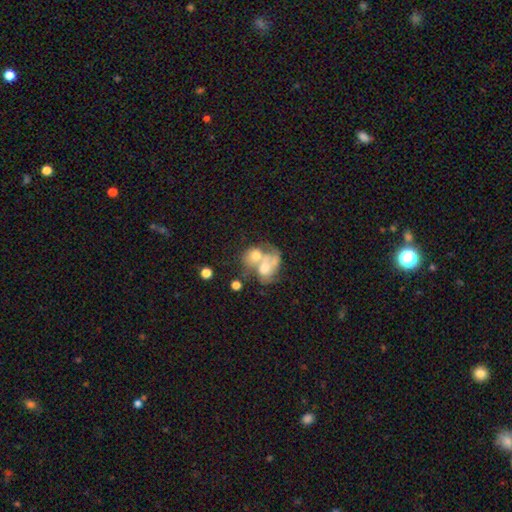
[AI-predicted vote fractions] Smooth or featured? smooth (49%)
Merging? merger (74%)